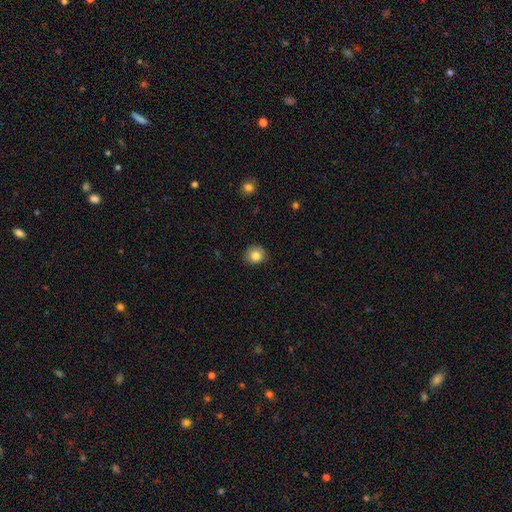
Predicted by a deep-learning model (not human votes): This is clearly a smooth galaxy (83%). How rounded: clearly round (85%). Merging: clearly none (85%).